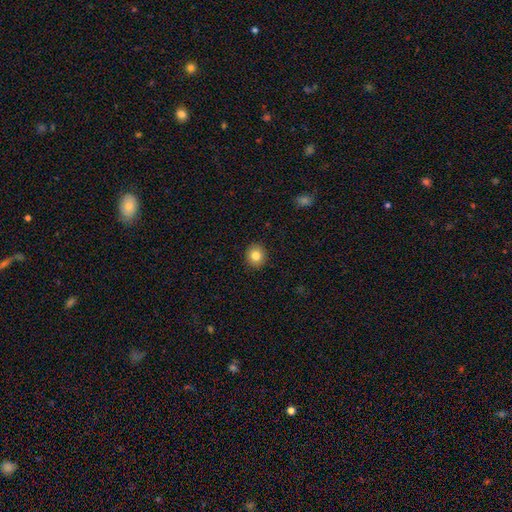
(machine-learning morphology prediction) smooth_or_featured: smooth (p=0.82) [alt: star or artifact p=0.10]
how_rounded: round (p=0.83) [alt: in between p=0.16]
merging: none (p=0.92) [alt: minor disturbance p=0.06]